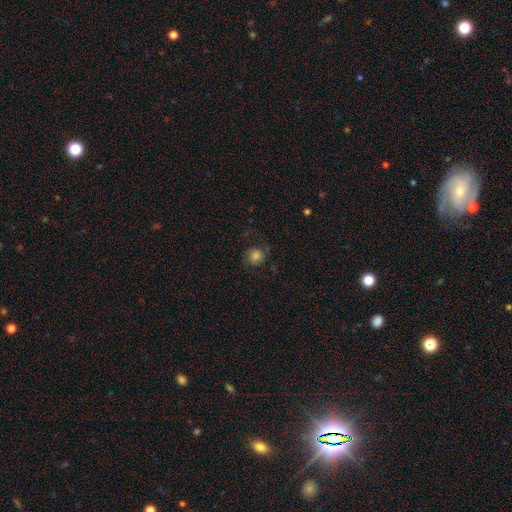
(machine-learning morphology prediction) smooth_or_featured: smooth (p=0.74) [alt: featured or disk p=0.15]
how_rounded: round (p=0.82) [alt: in between p=0.17]
merging: none (p=0.67) [alt: minor disturbance p=0.19]